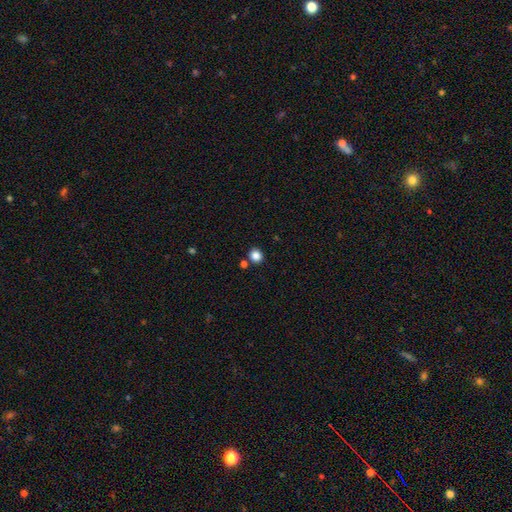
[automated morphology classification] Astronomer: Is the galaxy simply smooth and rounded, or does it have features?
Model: smooth — 85%.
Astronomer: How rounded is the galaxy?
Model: round — 88%.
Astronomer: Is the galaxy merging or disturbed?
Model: none — 84%.